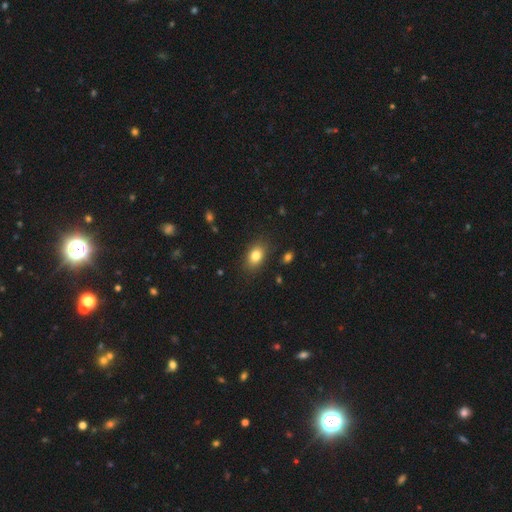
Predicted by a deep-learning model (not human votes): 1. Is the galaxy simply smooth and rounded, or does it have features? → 82% smooth, 9% star or artifact, 8% featured or disk.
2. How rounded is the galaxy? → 81% in between, 17% round, 2% cigar-shaped.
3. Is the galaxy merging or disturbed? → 85% none, 11% minor disturbance, 3% major disturbance, 1% merger.